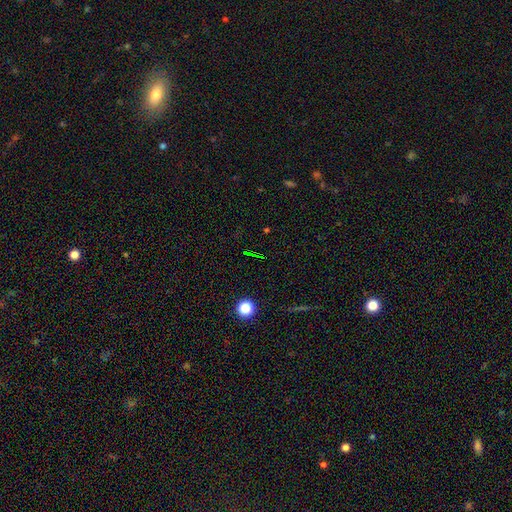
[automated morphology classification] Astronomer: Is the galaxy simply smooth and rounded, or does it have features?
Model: star or artifact — 74%.